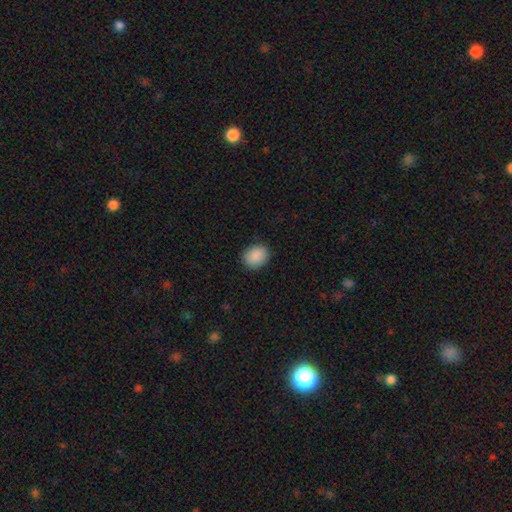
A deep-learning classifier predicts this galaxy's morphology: type=smooth (89%); roundness=round (53%); merging=none (87%).